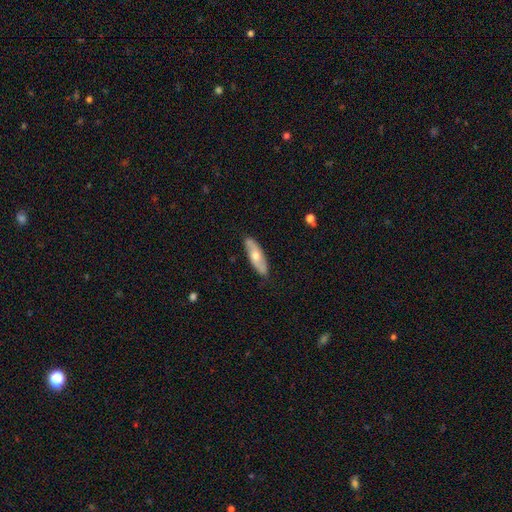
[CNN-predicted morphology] Smooth or featured?
  - smooth: 50% *
  - featured or disk: 44%
  - star or artifact: 5%
How rounded?
  - in between: 54% *
  - cigar-shaped: 43%
  - round: 3%
Merging?
  - none: 84% *
  - minor disturbance: 12%
  - major disturbance: 2%
  - merger: 1%